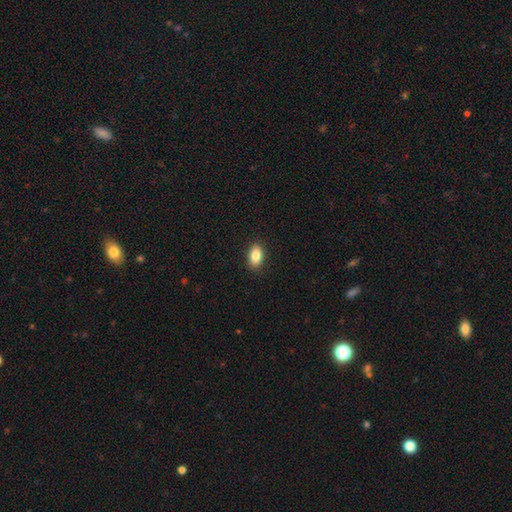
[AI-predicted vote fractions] Smooth or featured? smooth (85%)
How rounded? in between (88%)
Merging? none (90%)